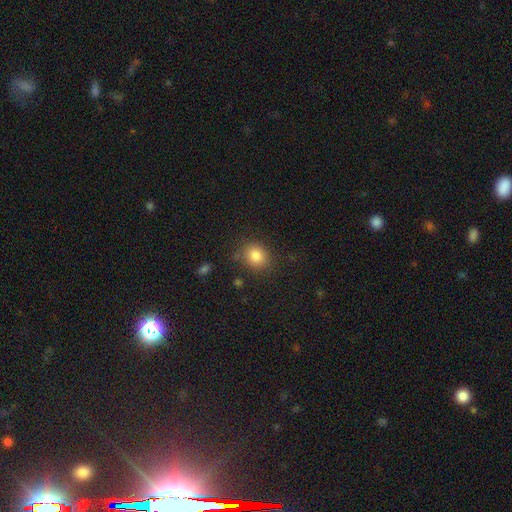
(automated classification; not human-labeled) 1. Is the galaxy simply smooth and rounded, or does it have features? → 82% smooth, 11% star or artifact, 6% featured or disk.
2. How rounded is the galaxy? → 70% round, 29% in between, 1% cigar-shaped.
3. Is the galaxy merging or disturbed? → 81% none, 12% minor disturbance, 4% major disturbance, 3% merger.